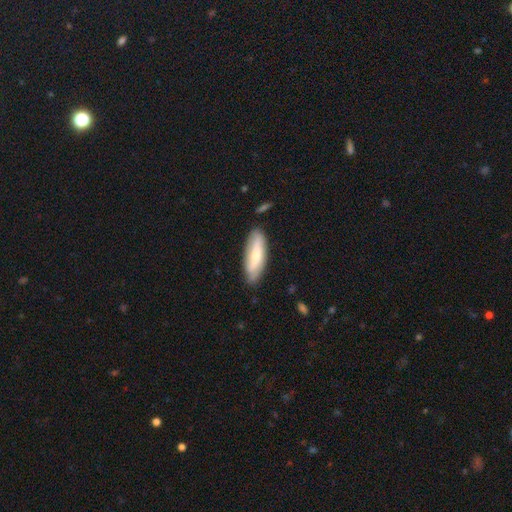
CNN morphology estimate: A smooth galaxy with no disk features (55%) that is in between round and cigar-shaped (55%). Merging: none (80%).